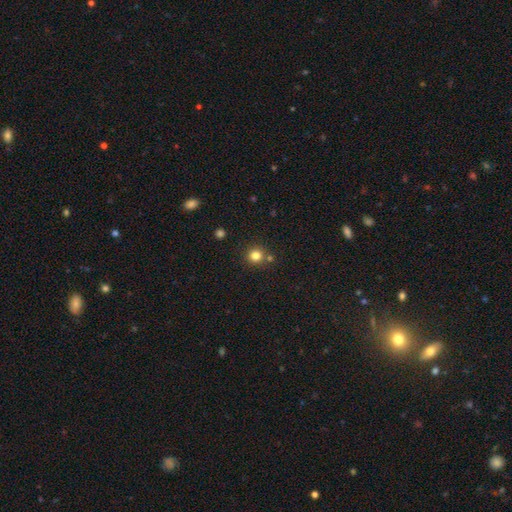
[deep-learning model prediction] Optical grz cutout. It shows a smooth galaxy with no disk features (81%) that is round (91%). Merging: none (79%).